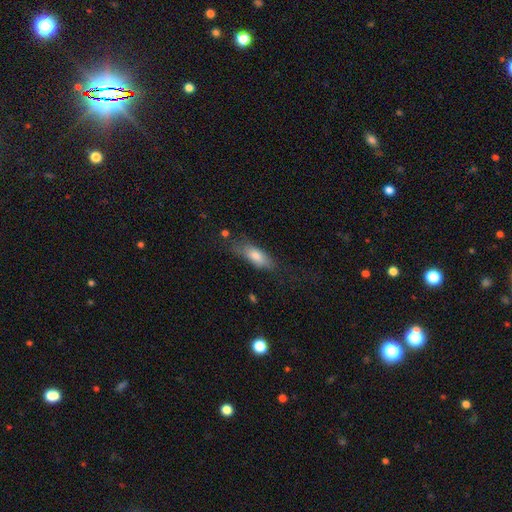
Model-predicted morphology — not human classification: Smooth or featured?
  - smooth: 73% *
  - featured or disk: 19%
  - star or artifact: 8%
How rounded?
  - in between: 65% *
  - cigar-shaped: 32%
  - round: 3%
Merging?
  - none: 57% *
  - minor disturbance: 26%
  - major disturbance: 14%
  - merger: 3%